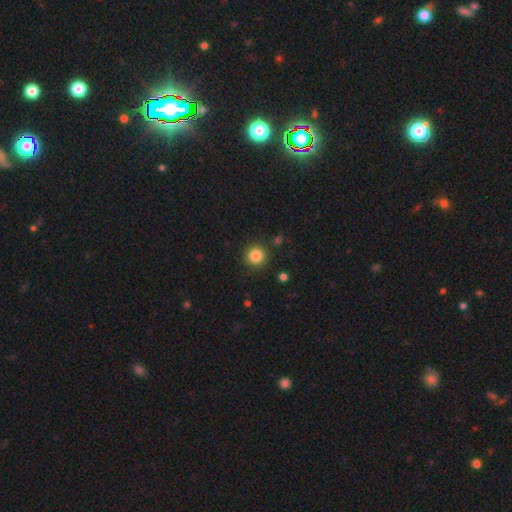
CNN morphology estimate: This is clearly a smooth galaxy (84%). How rounded: clearly round (94%). Merging: clearly none (89%).